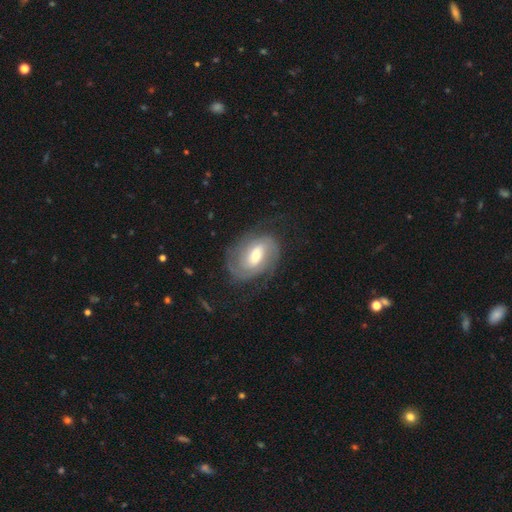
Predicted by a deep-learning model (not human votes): featured or disk 81%, smooth 13%, star or artifact 6%. Down the decision tree: edge-on disk — no (97%); bar — weak (50%); spiral arms — yes (94%); spiral arm count — 2 (68%); spiral winding — tight (49%); bulge size — moderate (62%); merging — none (70%).